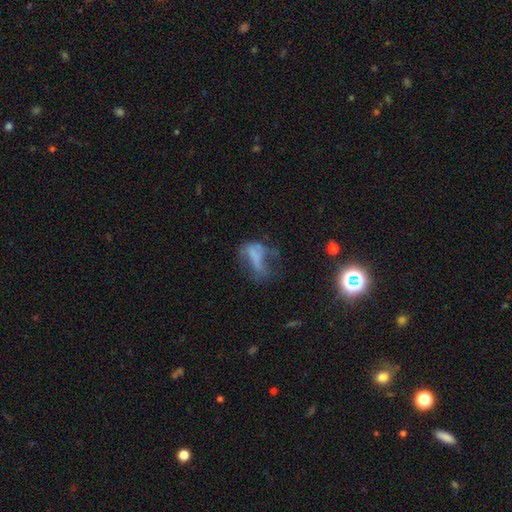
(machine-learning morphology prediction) Smooth or featured?
  - smooth: 42% *
  - featured or disk: 39%
  - star or artifact: 19%
Merging?
  - major disturbance: 50% *
  - none: 23%
  - minor disturbance: 18%
  - merger: 9%